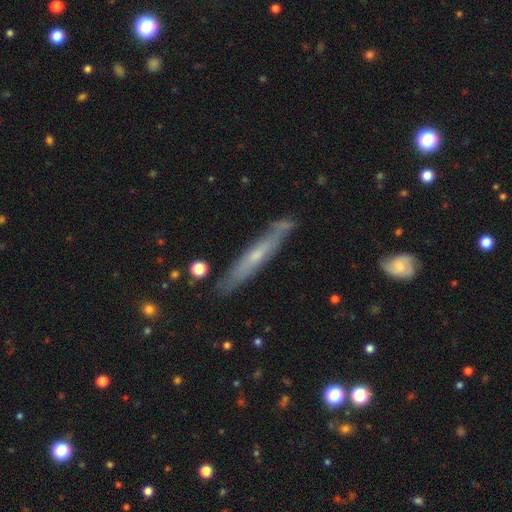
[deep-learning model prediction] smooth-or-featured: featured or disk: 58% | smooth: 36% | star or artifact: 6%
  disk-edge-on: yes: 84% | no: 16%
  merging: none: 81% | minor disturbance: 14% | major disturbance: 3% | merger: 2%